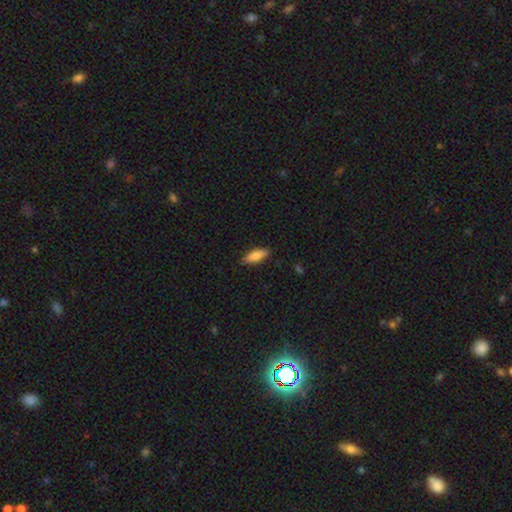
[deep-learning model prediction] smooth 78%, featured or disk 16%, star or artifact 6%. Down the decision tree: how rounded — in between (62%); merging — none (87%).